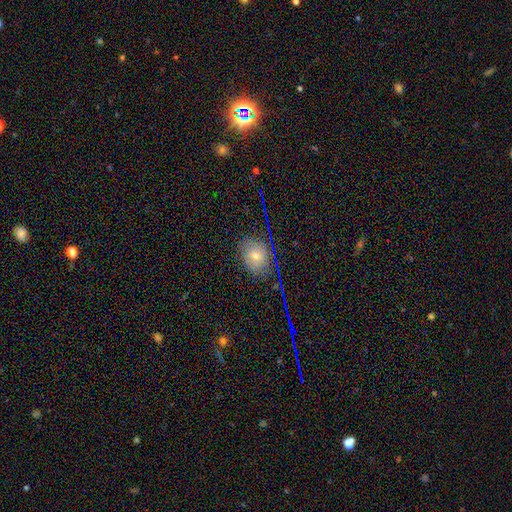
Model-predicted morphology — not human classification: smooth 52%, star or artifact 28%, featured or disk 20%. Down the decision tree: how rounded — round (55%); merging — none (79%).